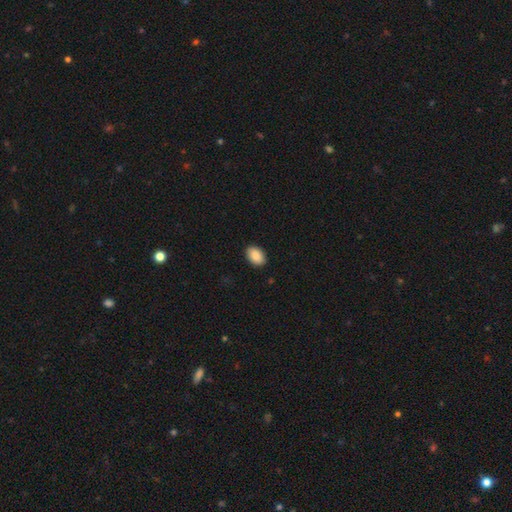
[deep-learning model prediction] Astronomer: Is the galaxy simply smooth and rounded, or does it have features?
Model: smooth — 89%.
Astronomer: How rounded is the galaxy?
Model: in between — 87%.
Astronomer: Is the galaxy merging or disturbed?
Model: none — 90%.